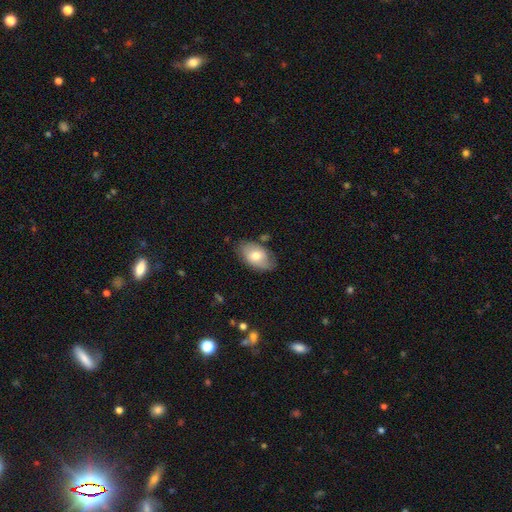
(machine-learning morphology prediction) smooth_or_featured: smooth (p=0.71) [alt: featured or disk p=0.23]
how_rounded: in between (p=0.92) [alt: round p=0.07]
merging: none (p=0.75) [alt: minor disturbance p=0.19]